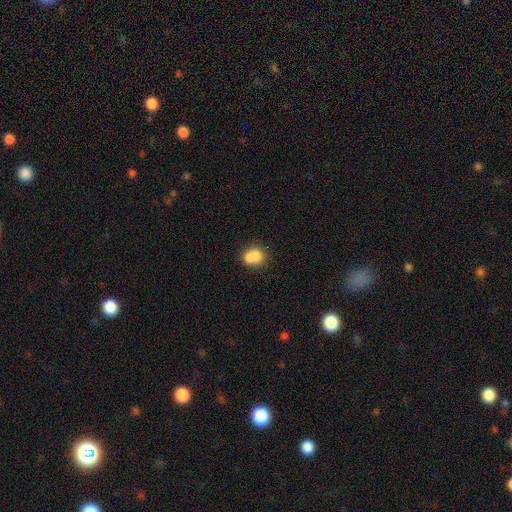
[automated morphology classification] A smooth galaxy with no disk features (75%) that is round (62%).

Vote fractions:
- Smooth or featured? smooth: 75% / featured or disk: 16% / star or artifact: 10%
- How rounded? round: 62% / in between: 37% / cigar-shaped: 1%
- Merging? merger: 51% / none: 34% / minor disturbance: 10% / major disturbance: 4%